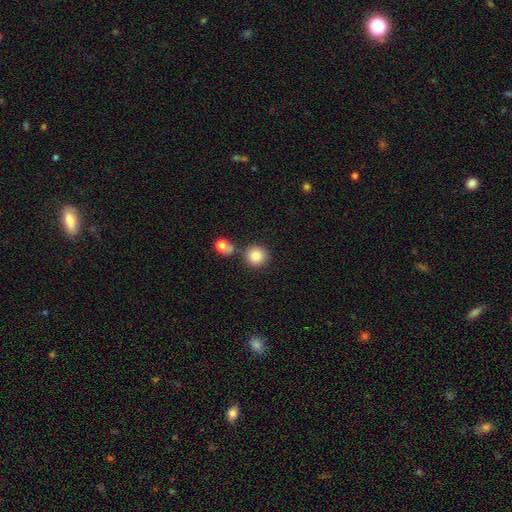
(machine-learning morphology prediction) Smooth or featured: smooth — 84% (star or artifact — 10%)
How rounded: round — 92% (in between — 7%)
Merging: none — 77% (merger — 11%)